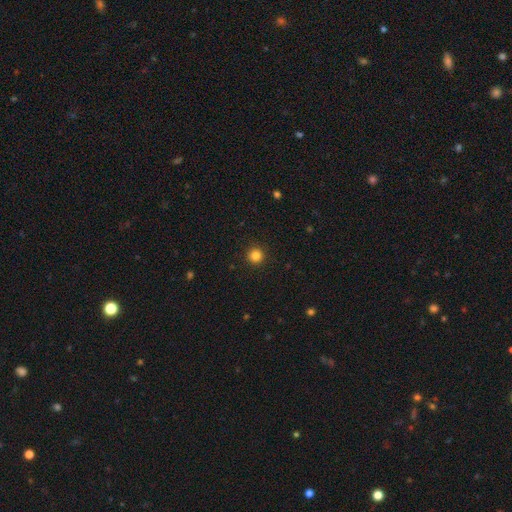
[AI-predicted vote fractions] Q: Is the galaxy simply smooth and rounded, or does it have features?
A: smooth — 83%.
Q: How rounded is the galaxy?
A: round — 96%.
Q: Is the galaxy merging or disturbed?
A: none — 93%.